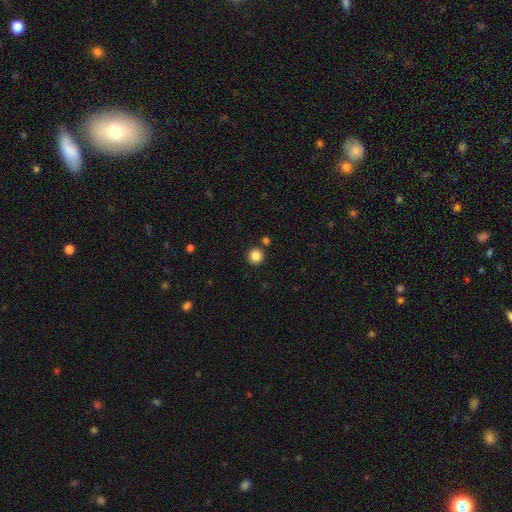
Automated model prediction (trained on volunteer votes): Smooth or featured? Predicted: smooth (p=0.85). How rounded? Predicted: round (p=0.96). Merging? Predicted: none (p=0.89).